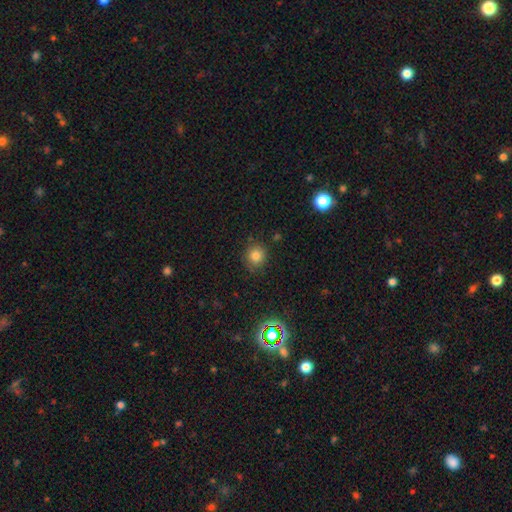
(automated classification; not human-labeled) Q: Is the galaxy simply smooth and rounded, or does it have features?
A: smooth — 78%.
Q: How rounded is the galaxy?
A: round — 86%.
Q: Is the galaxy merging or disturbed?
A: none — 82%.